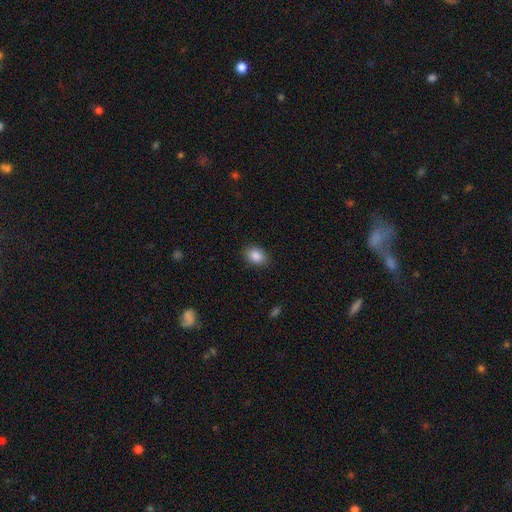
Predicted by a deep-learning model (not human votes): A smooth galaxy with no disk features (88%) that is in between round and cigar-shaped (75%).

Vote fractions:
- Smooth or featured? smooth: 88% / star or artifact: 8% / featured or disk: 4%
- How rounded? in between: 75% / round: 24% / cigar-shaped: 1%
- Merging? none: 87% / minor disturbance: 10% / major disturbance: 2% / merger: 1%